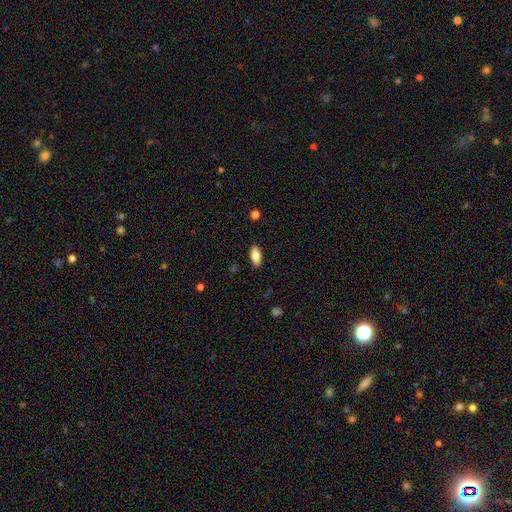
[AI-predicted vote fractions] Smooth or featured? Predicted: smooth (p=0.80). How rounded? Predicted: in between (p=0.84). Merging? Predicted: none (p=0.88).